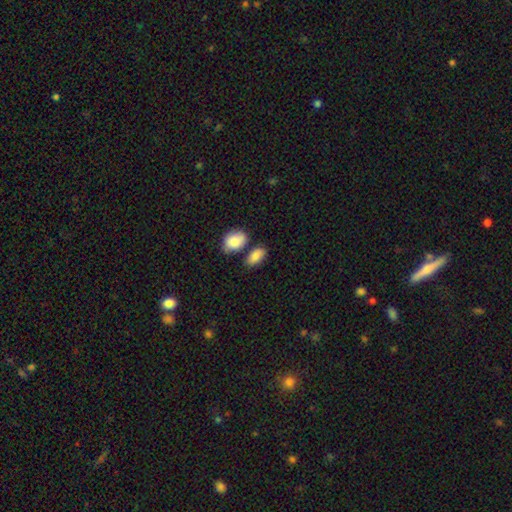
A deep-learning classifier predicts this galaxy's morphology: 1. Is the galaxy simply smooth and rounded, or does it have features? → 87% smooth, 7% star or artifact, 6% featured or disk.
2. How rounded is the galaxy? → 91% in between, 7% round, 3% cigar-shaped.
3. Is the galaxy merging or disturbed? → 63% none, 17% merger, 16% minor disturbance, 4% major disturbance.